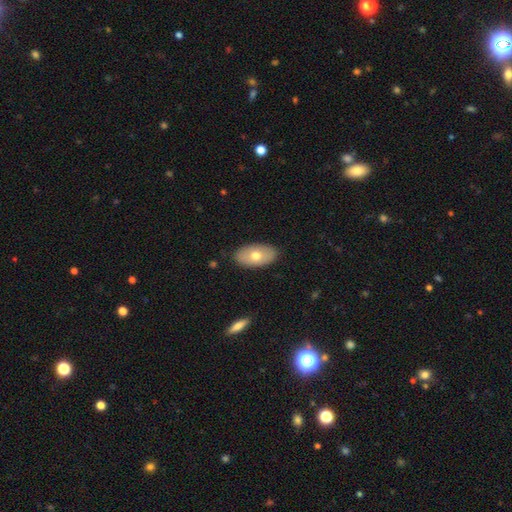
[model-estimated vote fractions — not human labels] smooth-or-featured: smooth: 67% | featured or disk: 27% | star or artifact: 6%
  how-rounded: in between: 93% | round: 5% | cigar-shaped: 2%
  merging: none: 86% | minor disturbance: 10% | major disturbance: 2% | merger: 1%